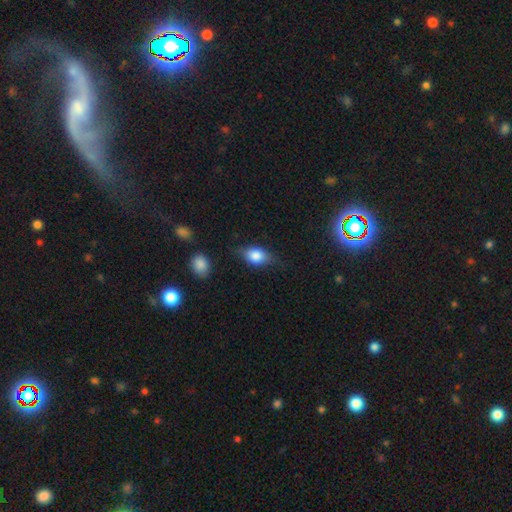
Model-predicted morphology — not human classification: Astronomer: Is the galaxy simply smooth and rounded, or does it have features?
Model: smooth — 73%.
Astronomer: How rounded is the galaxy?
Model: in between — 76%.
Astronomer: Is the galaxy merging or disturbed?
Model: none — 67%.